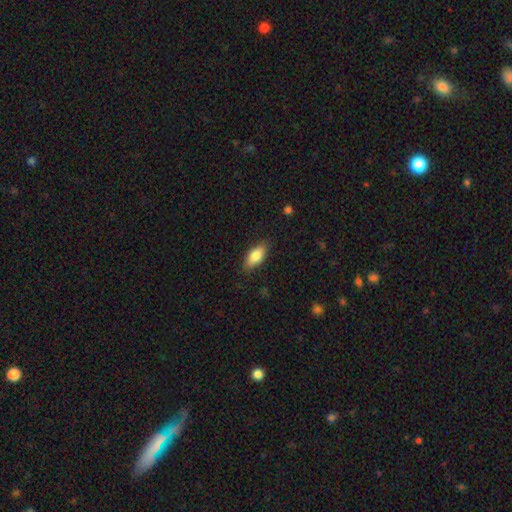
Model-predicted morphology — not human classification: Smooth or featured? Predicted: smooth (p=0.83). How rounded? Predicted: in between (p=0.86). Merging? Predicted: none (p=0.85).